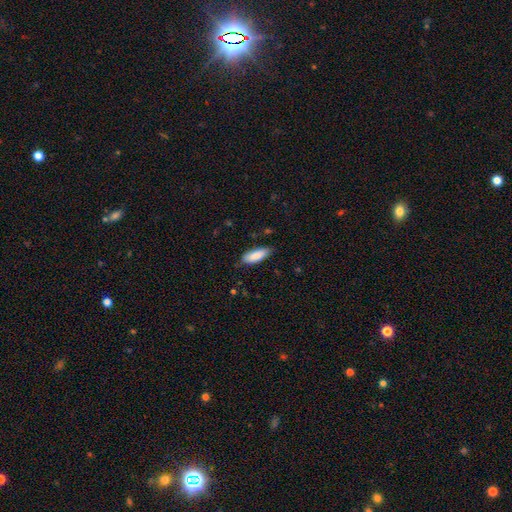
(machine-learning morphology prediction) Overall: smooth (87%). How rounded: in between (73%). Merging: none (79%).